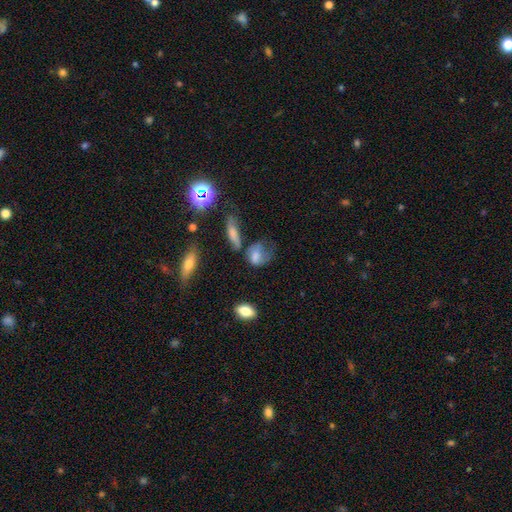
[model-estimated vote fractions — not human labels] Smooth or featured? Predicted: smooth (p=0.65). How rounded? Predicted: in between (p=0.67). Merging? Predicted: major disturbance (p=0.33).